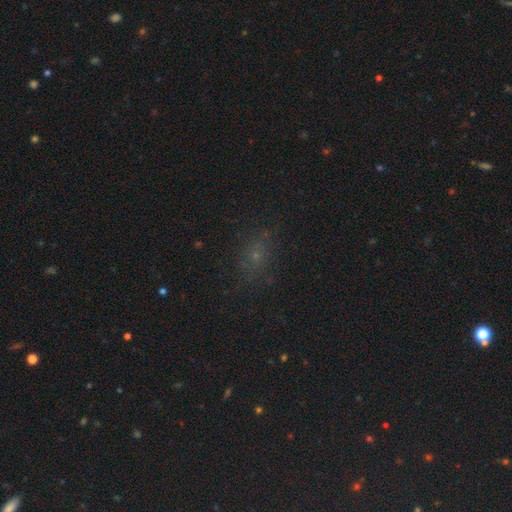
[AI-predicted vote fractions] Overall: smooth (50%; star or artifact 35%). How rounded: in between (51%; round 46%). Merging: none (76%).